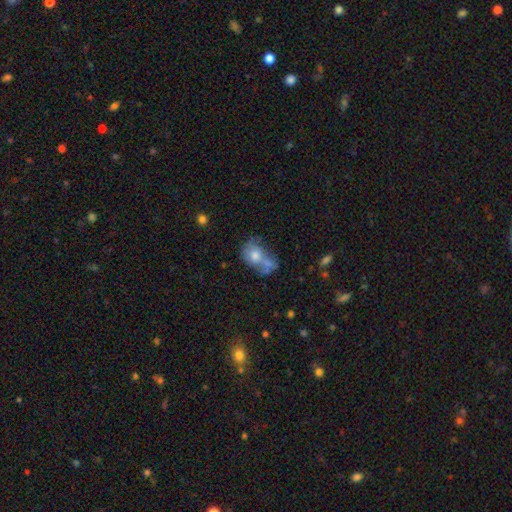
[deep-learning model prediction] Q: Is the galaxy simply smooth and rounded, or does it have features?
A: smooth — 62%.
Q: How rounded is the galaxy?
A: round — 50%.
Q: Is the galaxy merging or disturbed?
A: merger — 50%.